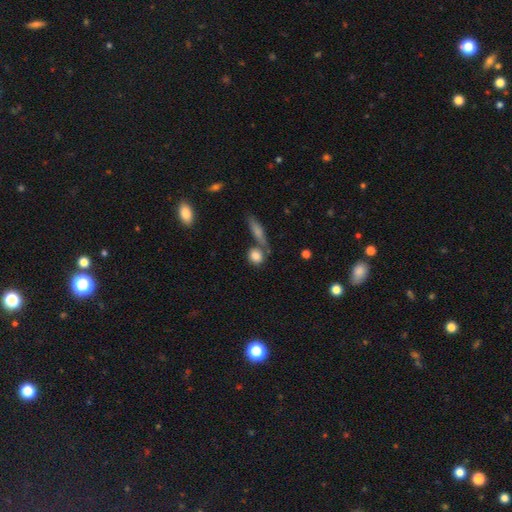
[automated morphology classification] Smooth or featured? Predicted: smooth (p=0.83). How rounded? Predicted: round (p=0.68). Merging? Predicted: none (p=0.61).